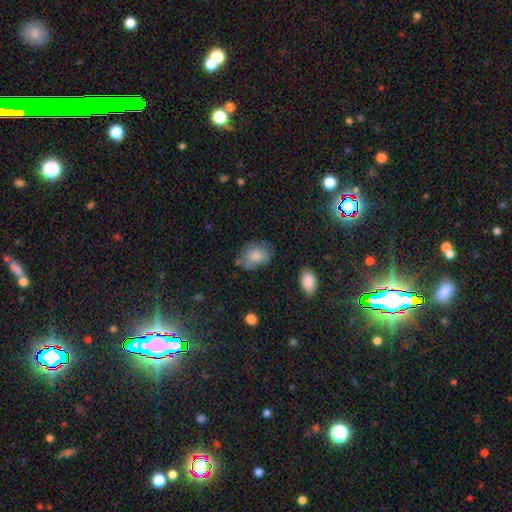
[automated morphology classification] smooth-or-featured: smooth: 81% | featured or disk: 11% | star or artifact: 8%
  how-rounded: in between: 69% | round: 30% | cigar-shaped: 1%
  merging: none: 58% | minor disturbance: 28% | major disturbance: 10% | merger: 5%